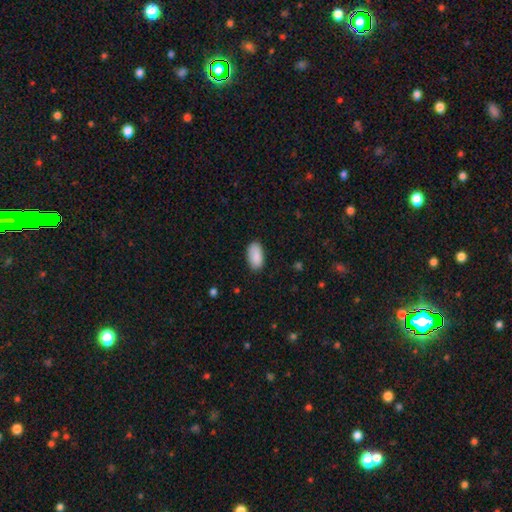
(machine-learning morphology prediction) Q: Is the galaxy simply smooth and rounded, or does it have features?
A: smooth — 89%.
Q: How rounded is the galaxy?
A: in between — 95%.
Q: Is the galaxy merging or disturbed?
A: none — 83%.